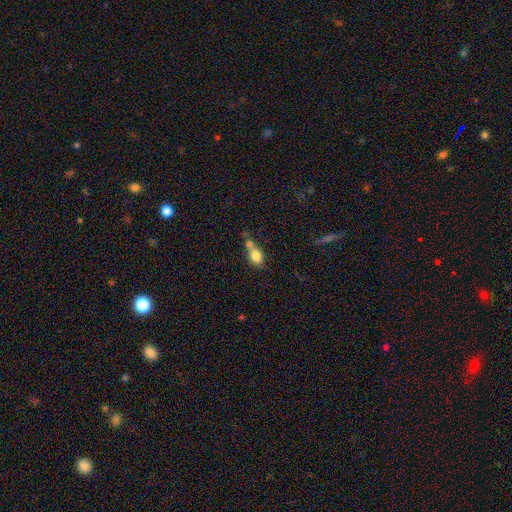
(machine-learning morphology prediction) smooth 78%, featured or disk 12%, star or artifact 10%. Down the decision tree: how rounded — in between (67%); merging — merger (44%).